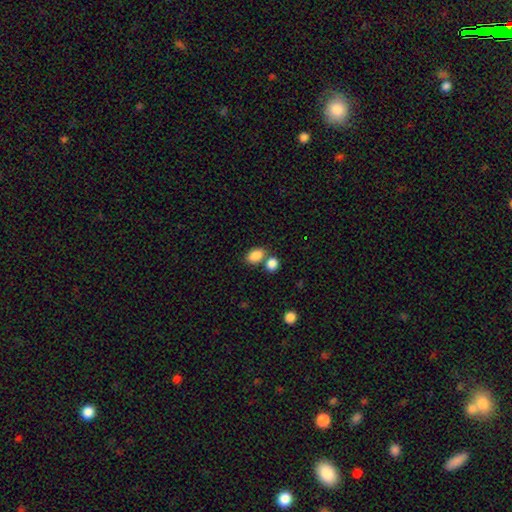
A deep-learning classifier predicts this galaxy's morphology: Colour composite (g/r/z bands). It shows a smooth galaxy with no disk features (87%) that is in between round and cigar-shaped (79%). Merging: none (56%).